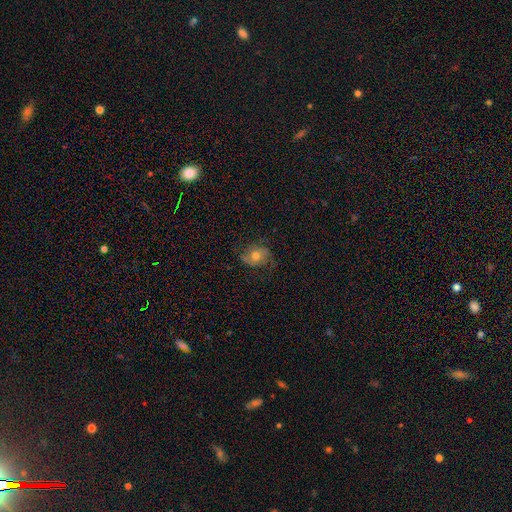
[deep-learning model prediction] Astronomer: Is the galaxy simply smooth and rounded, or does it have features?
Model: featured or disk — 46% (runner-up: smooth, 45%).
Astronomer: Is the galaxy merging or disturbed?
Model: none — 64%.